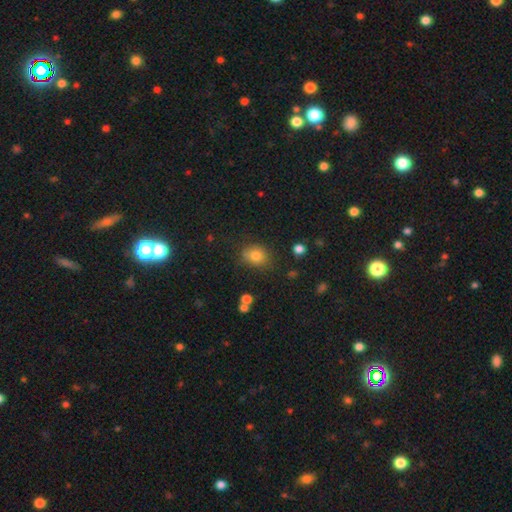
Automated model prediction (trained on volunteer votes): Smooth or featured? Predicted: smooth (p=0.80). How rounded? Predicted: round (p=0.54). Merging? Predicted: none (p=0.74).